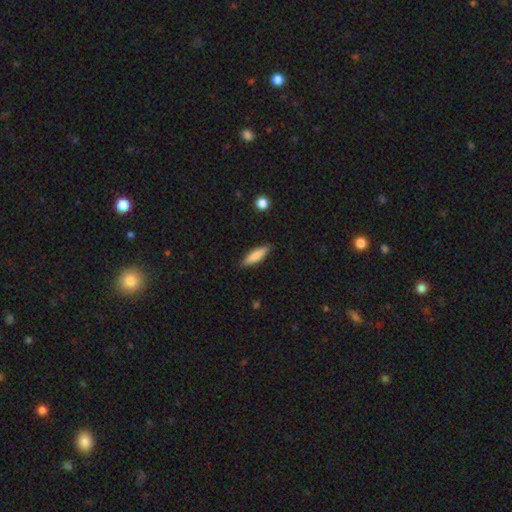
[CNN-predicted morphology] smooth 79%, featured or disk 15%, star or artifact 6%. Down the decision tree: how rounded — cigar-shaped (62%); merging — none (88%).